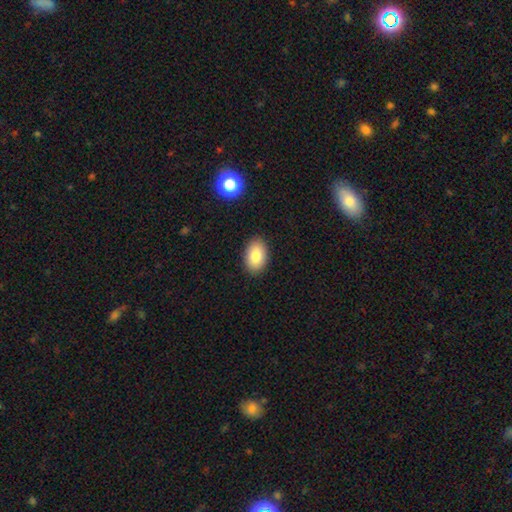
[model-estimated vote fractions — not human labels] Smooth or featured? smooth (84%)
How rounded? in between (90%)
Merging? none (88%)